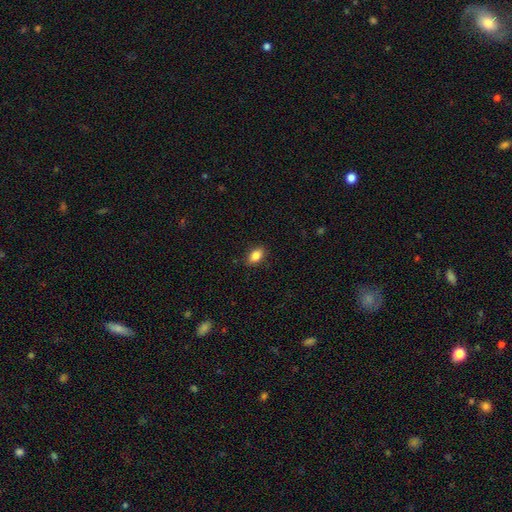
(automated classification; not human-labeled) A smooth galaxy with no disk features (85%) that is in between round and cigar-shaped (86%).

Vote fractions:
- Smooth or featured? smooth: 85% / star or artifact: 8% / featured or disk: 6%
- How rounded? in between: 86% / round: 11% / cigar-shaped: 2%
- Merging? none: 87% / minor disturbance: 10% / major disturbance: 2% / merger: 1%